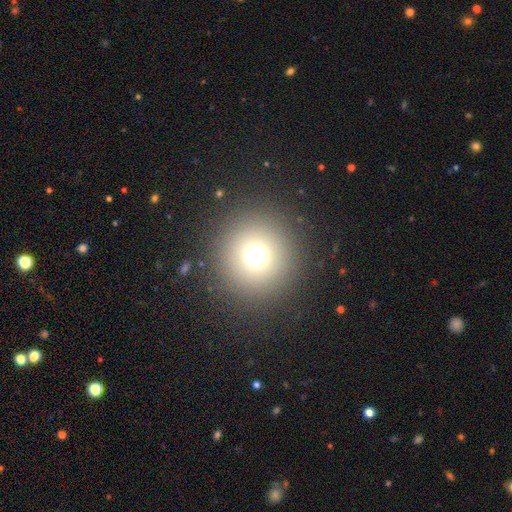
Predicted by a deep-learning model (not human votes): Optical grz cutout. It shows a smooth galaxy with no disk features (67%) that is round (96%). Merging: none (89%).